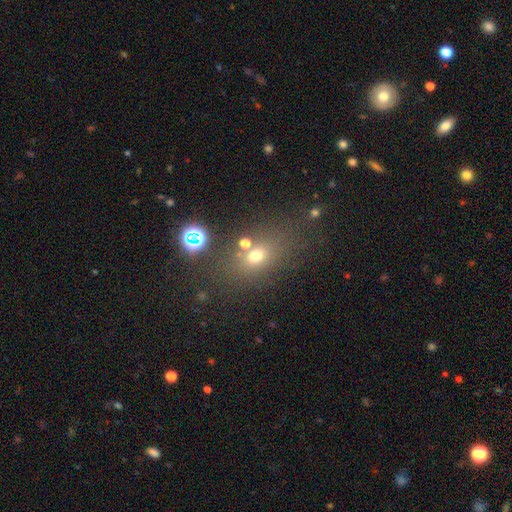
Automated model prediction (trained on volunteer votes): smooth-or-featured: smooth: 65% | star or artifact: 23% | featured or disk: 13%
  how-rounded: in between: 59% | round: 39% | cigar-shaped: 3%
  merging: none: 65% | minor disturbance: 14% | merger: 13% | major disturbance: 8%